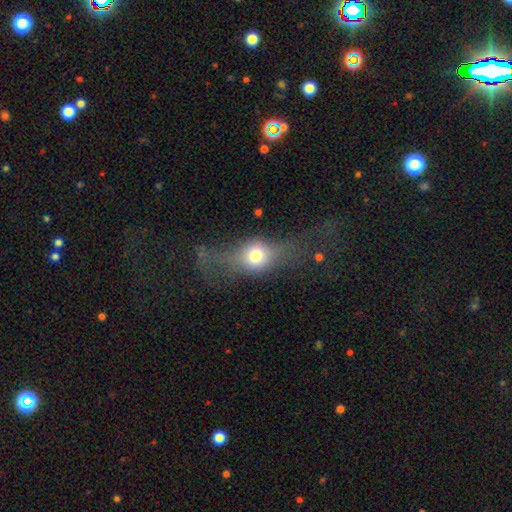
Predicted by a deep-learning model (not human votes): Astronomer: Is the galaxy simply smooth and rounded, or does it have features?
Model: smooth — 50% (runner-up: featured or disk, 38%).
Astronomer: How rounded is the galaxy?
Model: in between — 49% (runner-up: round, 38%).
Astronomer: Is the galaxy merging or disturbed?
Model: none — 47% (runner-up: major disturbance, 29%).